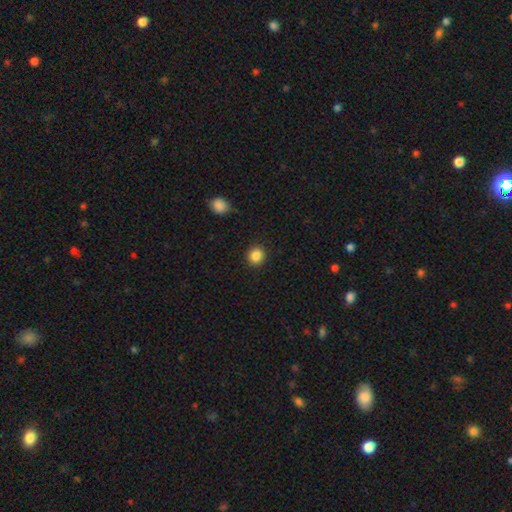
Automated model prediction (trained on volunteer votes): Overall: smooth (87%). How rounded: round (90%). Merging: none (91%).